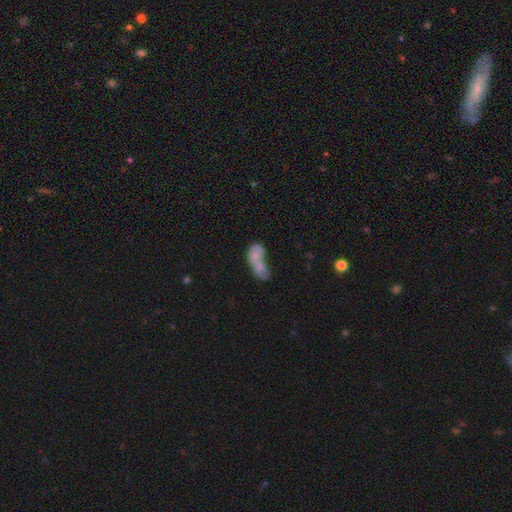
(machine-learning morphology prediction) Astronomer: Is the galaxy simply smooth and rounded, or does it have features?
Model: smooth — 71%.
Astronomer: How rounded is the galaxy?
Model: in between — 78%.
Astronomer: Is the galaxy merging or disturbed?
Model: merger — 74%.